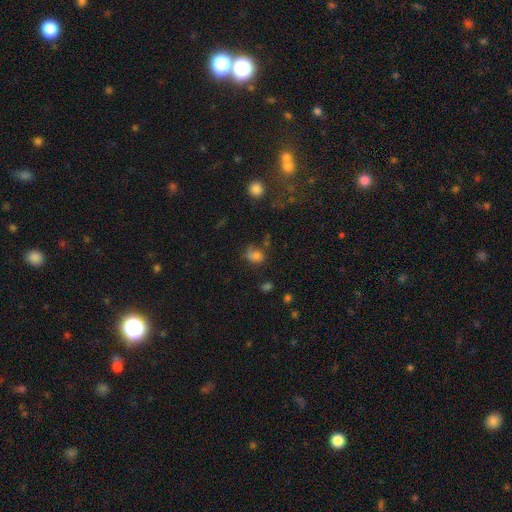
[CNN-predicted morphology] smooth-or-featured: smooth: 72% | star or artifact: 16% | featured or disk: 12%
  how-rounded: in between: 56% | round: 43% | cigar-shaped: 1%
  merging: none: 45% | minor disturbance: 28% | major disturbance: 19% | merger: 8%